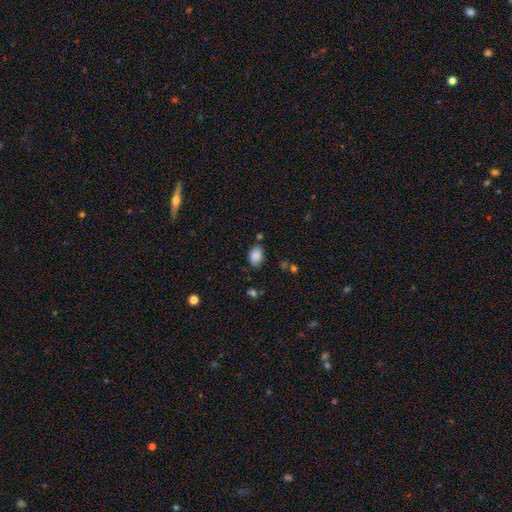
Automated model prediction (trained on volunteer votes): Smooth or featured? smooth (86%)
How rounded? in between (81%)
Merging? none (73%)